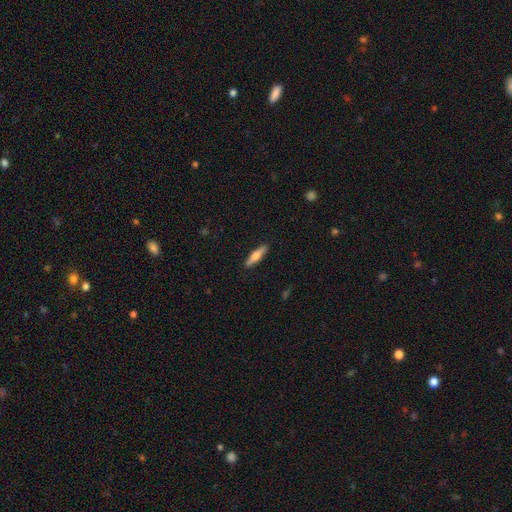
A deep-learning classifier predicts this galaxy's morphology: type=smooth (50%); roundness=cigar-shaped (76%); merging=none (90%).